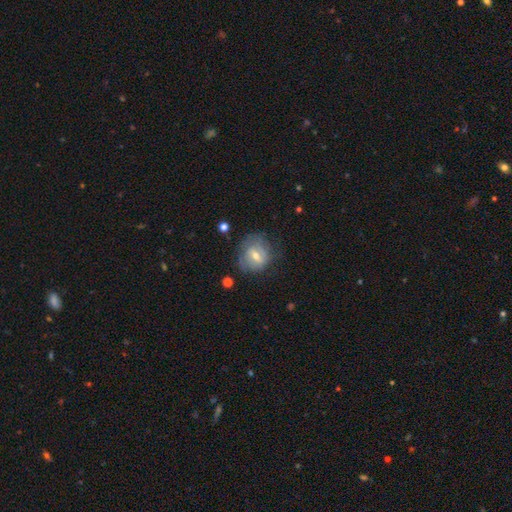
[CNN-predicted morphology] Smooth or featured: featured or disk — 56% (smooth — 35%)
Edge-on disk: no — 95% (yes — 5%)
Bar: weak — 54% (strong — 25%)
Spiral arms: yes — 60% (no — 40%)
Bulge size: moderate — 57% (small — 37%)
Merging: none — 61% (minor disturbance — 24%)